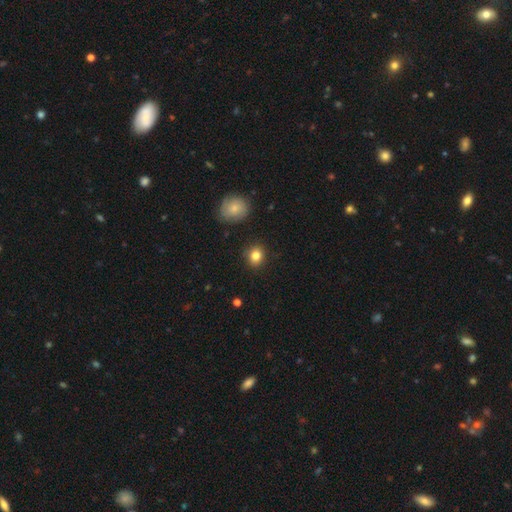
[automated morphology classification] Smooth or featured?
  - smooth: 83% *
  - star or artifact: 11%
  - featured or disk: 6%
How rounded?
  - round: 79% *
  - in between: 20%
  - cigar-shaped: 1%
Merging?
  - none: 89% *
  - minor disturbance: 8%
  - major disturbance: 2%
  - merger: 2%